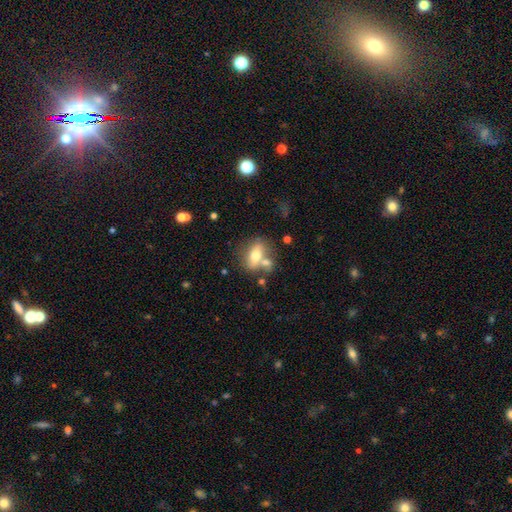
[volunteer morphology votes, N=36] smooth_or_featured: smooth (p=0.64) [alt: featured or disk p=0.31]
how_rounded: in between (p=0.70) [alt: round p=0.17]
merging: merger (p=0.47) [alt: none p=0.29]